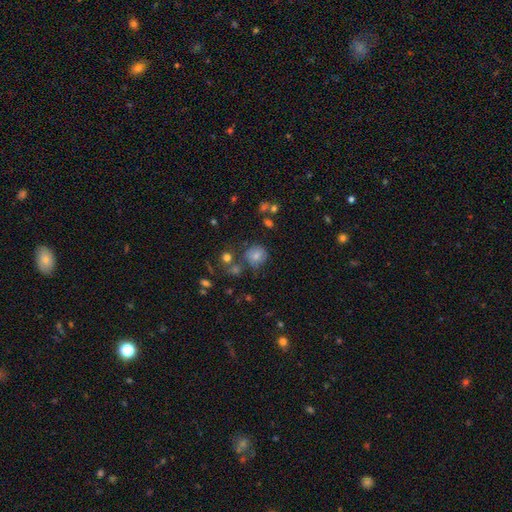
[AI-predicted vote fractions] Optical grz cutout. It shows a smooth galaxy with no disk features (76%) that is round (84%). Merging: none (71%).